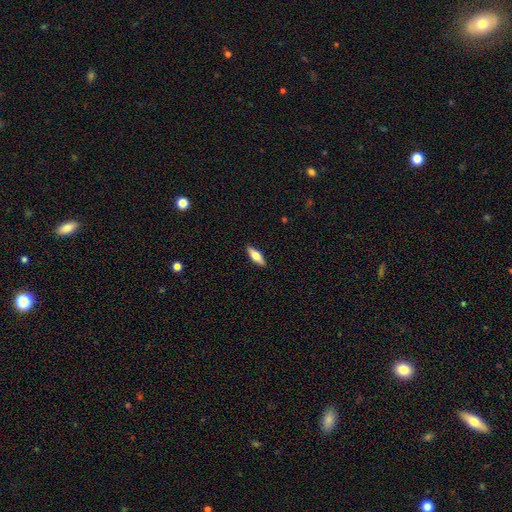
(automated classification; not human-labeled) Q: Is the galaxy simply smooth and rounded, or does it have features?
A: smooth — 63%.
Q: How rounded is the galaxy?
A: in between — 58%.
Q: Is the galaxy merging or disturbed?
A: none — 89%.